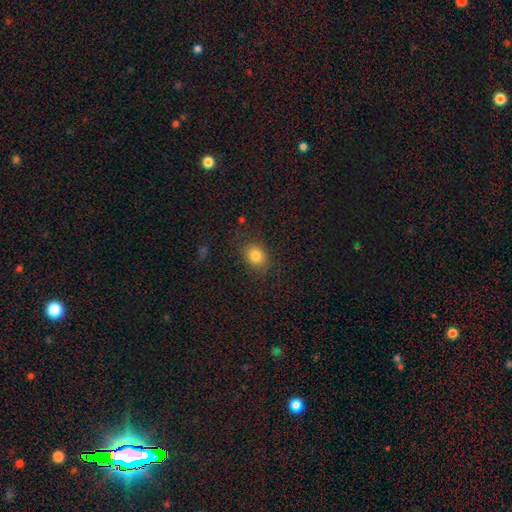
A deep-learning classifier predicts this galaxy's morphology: smooth_or_featured: smooth (p=0.82) [alt: star or artifact p=0.11]
how_rounded: round (p=0.52) [alt: in between p=0.47]
merging: none (p=0.82) [alt: minor disturbance p=0.12]